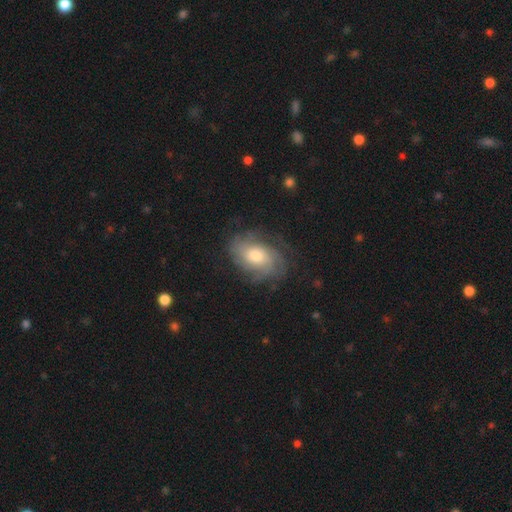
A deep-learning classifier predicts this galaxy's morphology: featured or disk 71%, smooth 22%, star or artifact 7%. Down the decision tree: edge-on disk — no (96%); bar — no (74%); spiral arms — yes (91%); spiral arm count — can't tell (43%); spiral winding — tight (55%); bulge size — moderate (59%); merging — none (71%).